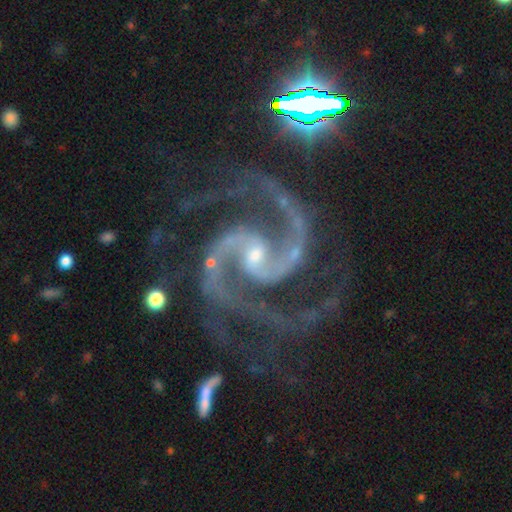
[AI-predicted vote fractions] The model was most divided on "bar": weak: 44%, no: 34%, strong: 22%. More confident: spiral arms — yes (99%); edge-on disk — no (98%); smooth or featured — featured or disk (93%); spiral arm count — 2 (88%); spiral winding — medium (68%); bulge size — small (68%); merging — none (68%).